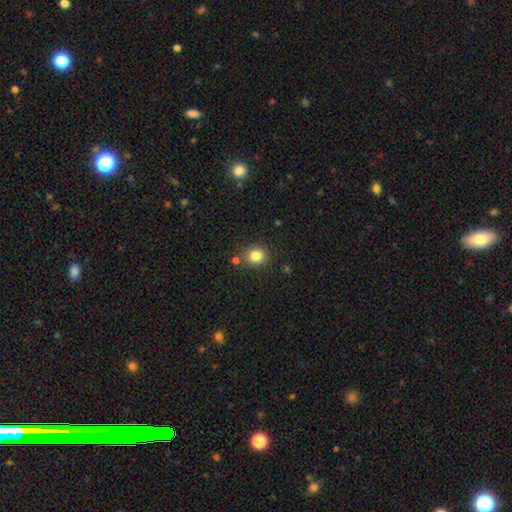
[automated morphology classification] Smooth or featured? smooth (82%)
How rounded? round (78%)
Merging? none (80%)